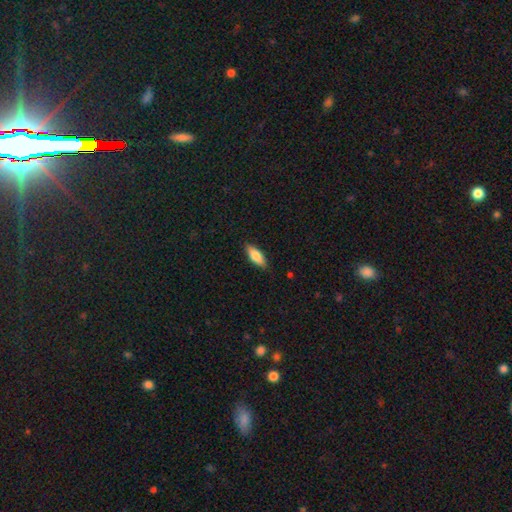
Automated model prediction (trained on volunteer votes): smooth 78%, featured or disk 16%, star or artifact 6%. Down the decision tree: how rounded — in between (66%); merging — none (85%).